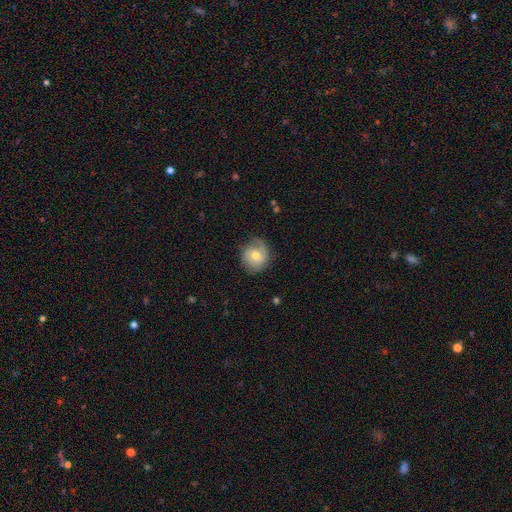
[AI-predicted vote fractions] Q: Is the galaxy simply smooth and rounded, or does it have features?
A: featured or disk — 50%.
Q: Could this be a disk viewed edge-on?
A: no — 97%.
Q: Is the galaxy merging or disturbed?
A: none — 68%.